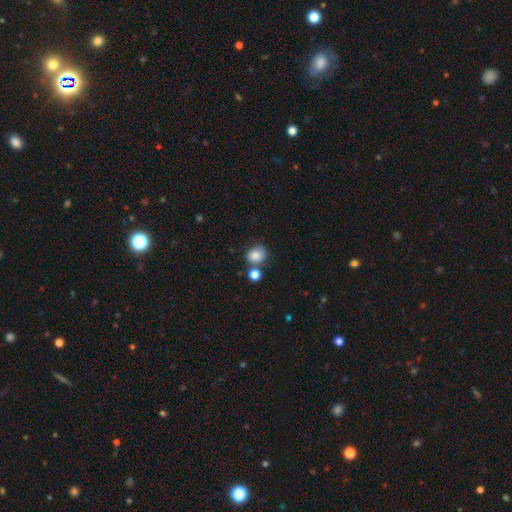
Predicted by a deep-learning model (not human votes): smooth 79%, featured or disk 11%, star or artifact 11%. Down the decision tree: how rounded — round (67%); merging — none (56%).